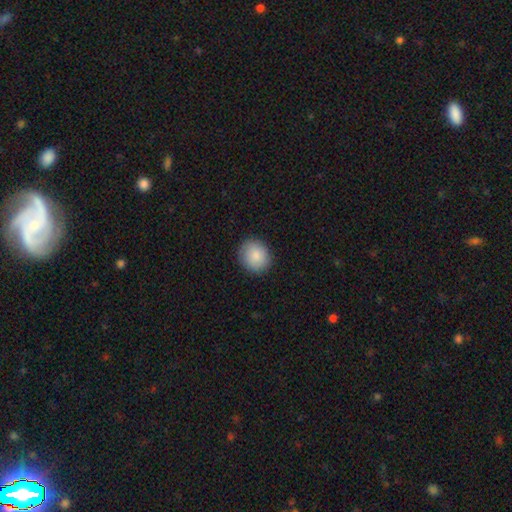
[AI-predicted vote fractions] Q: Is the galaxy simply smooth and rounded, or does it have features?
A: smooth — 87%.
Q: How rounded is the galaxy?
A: round — 75%.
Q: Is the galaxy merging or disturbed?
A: none — 89%.